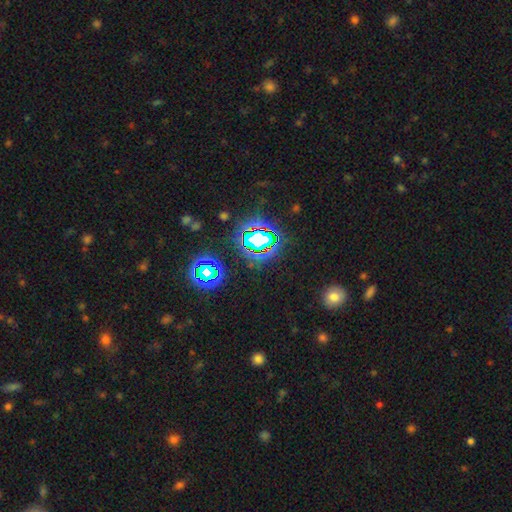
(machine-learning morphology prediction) A star or artifact, not a galaxy (77%).